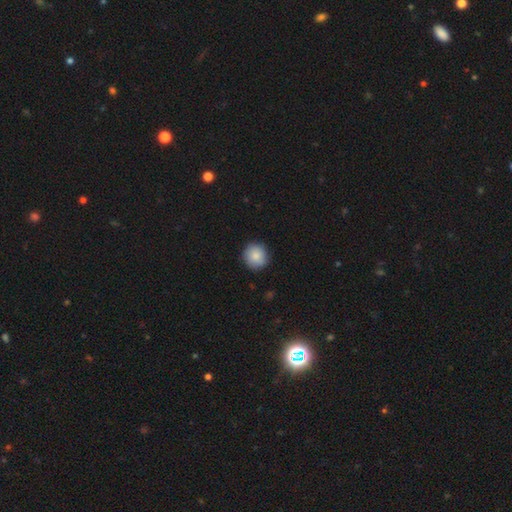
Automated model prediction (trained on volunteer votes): smooth 86%, star or artifact 7%, featured or disk 7%. Down the decision tree: how rounded — round (93%); merging — none (89%).